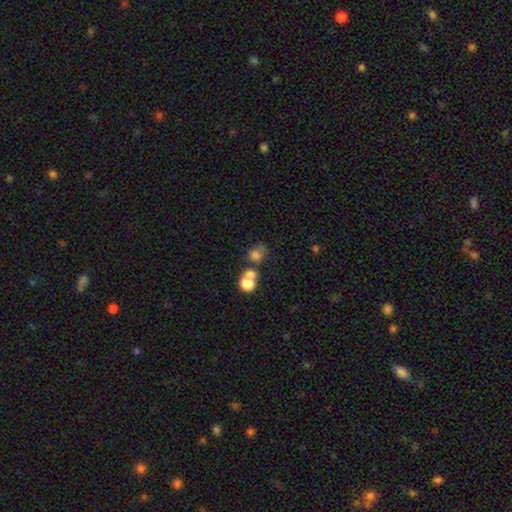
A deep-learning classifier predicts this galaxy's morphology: Q: Smooth or featured?
A: smooth (64%); runner-up: star or artifact (21%)
Q: How rounded?
A: round (71%); runner-up: in between (28%)
Q: Merging?
A: none (48%); runner-up: merger (35%)